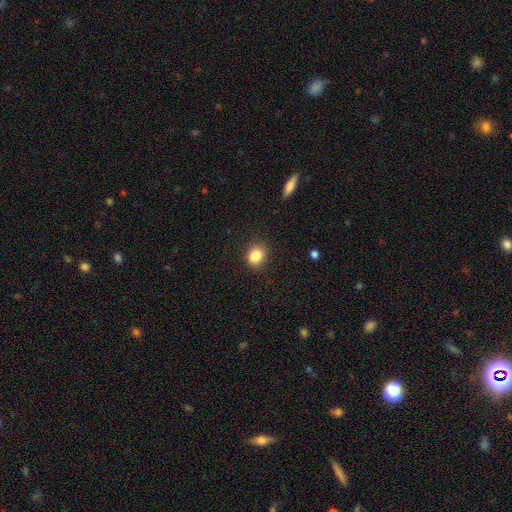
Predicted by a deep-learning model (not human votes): The model was most divided on "how rounded": round: 55%, in between: 44%, cigar-shaped: 1%. More confident: smooth or featured — smooth (86%); merging — none (83%).